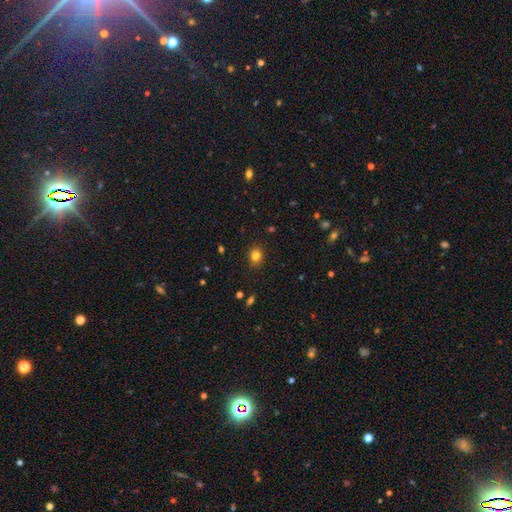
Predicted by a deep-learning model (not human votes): smooth-or-featured: smooth: 81% | star or artifact: 14% | featured or disk: 6%
  how-rounded: round: 67% | in between: 32% | cigar-shaped: 1%
  merging: none: 86% | minor disturbance: 10% | major disturbance: 2% | merger: 1%